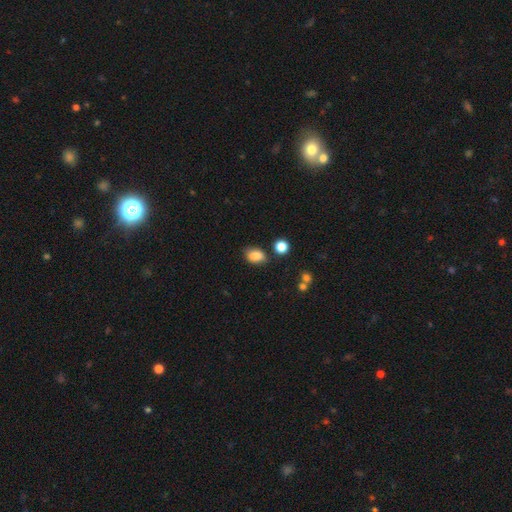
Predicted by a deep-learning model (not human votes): Smooth or featured?
  - smooth: 85% *
  - star or artifact: 10%
  - featured or disk: 5%
How rounded?
  - in between: 79% *
  - round: 20%
  - cigar-shaped: 2%
Merging?
  - none: 71% *
  - minor disturbance: 19%
  - merger: 6%
  - major disturbance: 4%